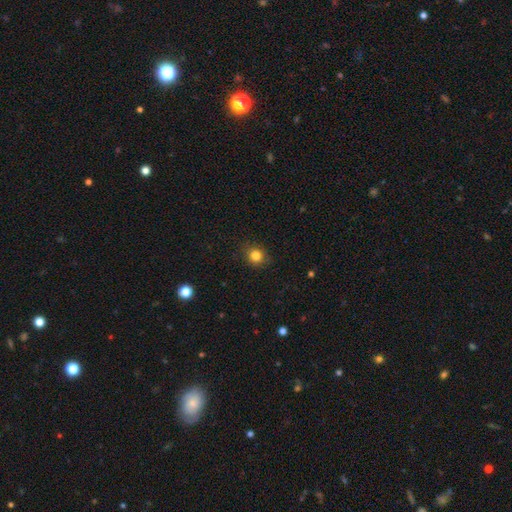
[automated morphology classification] smooth-or-featured: smooth: 83% | star or artifact: 12% | featured or disk: 5%
  how-rounded: round: 77% | in between: 22% | cigar-shaped: 1%
  merging: none: 85% | minor disturbance: 11% | major disturbance: 3% | merger: 1%